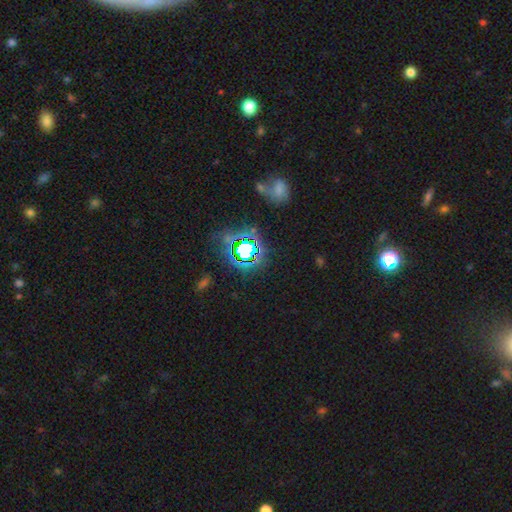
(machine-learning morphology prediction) A star or artifact, not a galaxy (75%).